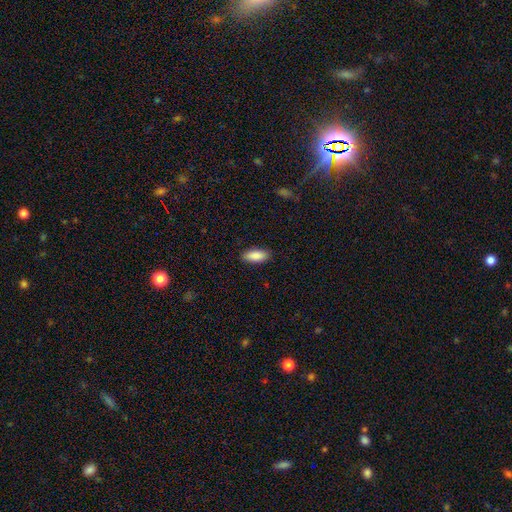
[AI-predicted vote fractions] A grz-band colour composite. It shows a smooth galaxy with no disk features (89%) that is in between round and cigar-shaped (85%). Merging: none (89%).